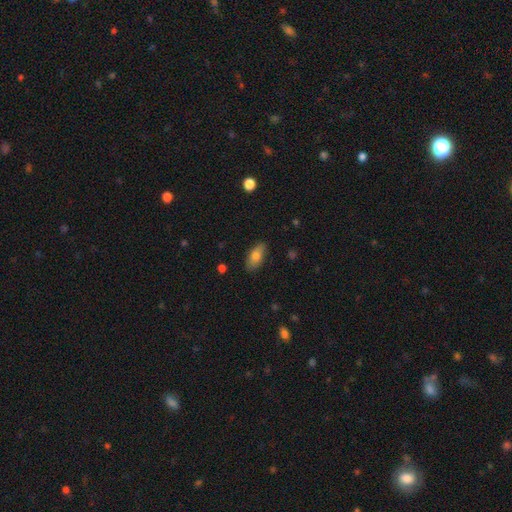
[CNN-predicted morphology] Q: Smooth or featured?
A: smooth (76%); runner-up: featured or disk (17%)
Q: How rounded?
A: in between (87%); runner-up: cigar-shaped (9%)
Q: Merging?
A: none (84%); runner-up: minor disturbance (12%)